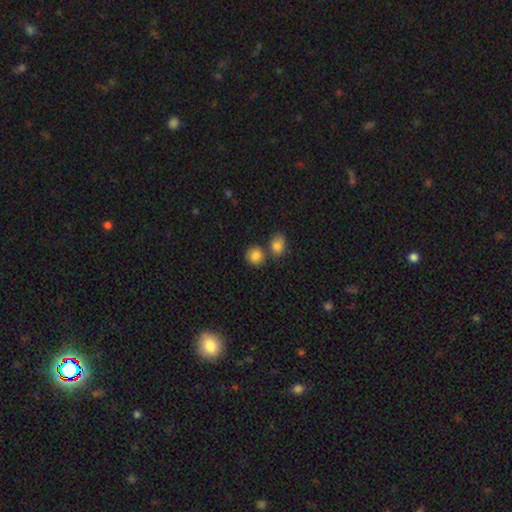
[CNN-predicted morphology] This is clearly a smooth galaxy (85%). How rounded: likely round (78%). Merging: likely none (61%).